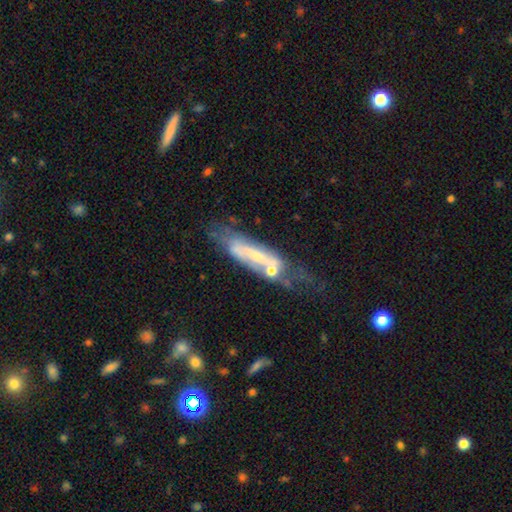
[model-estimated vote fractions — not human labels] Q: Smooth or featured?
A: featured or disk (61%); runner-up: smooth (30%)
Q: Edge-on disk?
A: no (62%); runner-up: yes (38%)
Q: Merging?
A: none (37%); runner-up: minor disturbance (24%)